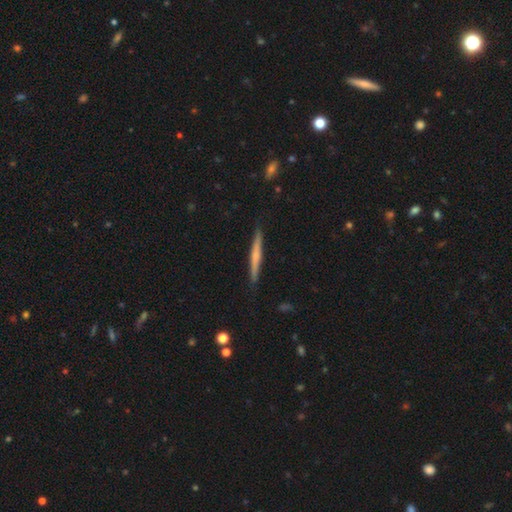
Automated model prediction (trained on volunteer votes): Q: Smooth or featured?
A: featured or disk (51%); runner-up: smooth (44%)
Q: Edge-on disk?
A: yes (98%); runner-up: no (2%)
Q: Merging?
A: none (90%); runner-up: minor disturbance (7%)